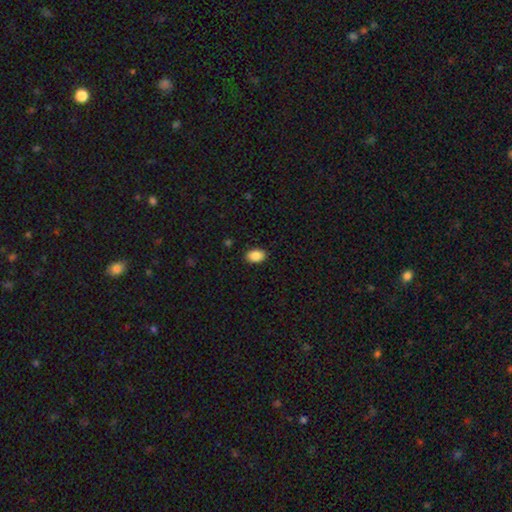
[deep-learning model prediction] A smooth galaxy with no disk features (89%) that is in between round and cigar-shaped (86%). Merging: none (89%).